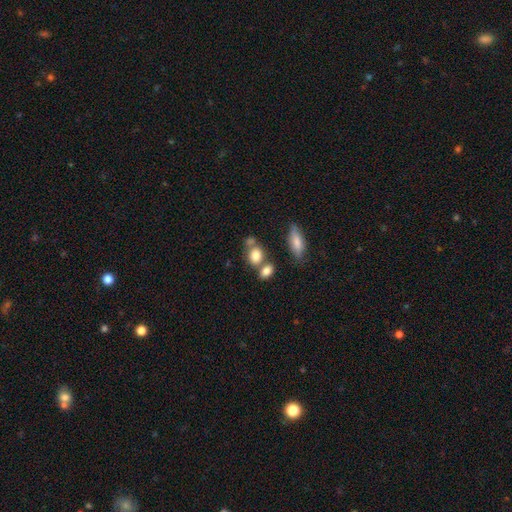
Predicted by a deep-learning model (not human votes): Smooth or featured? Predicted: smooth (p=0.81). How rounded? Predicted: in between (p=0.52). Merging? Predicted: none (p=0.47).